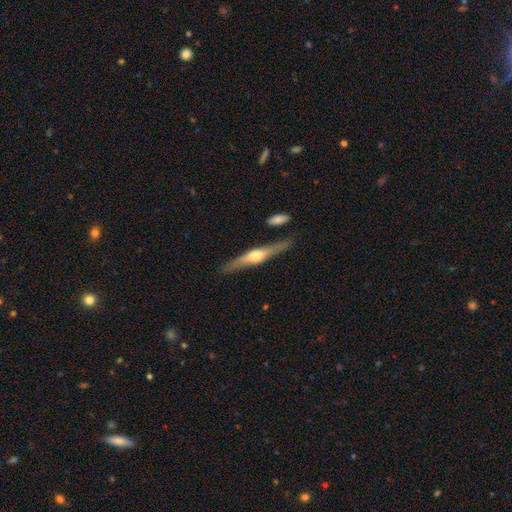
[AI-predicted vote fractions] Smooth or featured?
  - featured or disk: 70% *
  - smooth: 25%
  - star or artifact: 5%
Edge-on disk?
  - yes: 96% *
  - no: 4%
Edge-on bulge?
  - rounded: 88% *
  - boxy: 8%
  - none: 5%
Merging?
  - none: 82% *
  - minor disturbance: 11%
  - merger: 4%
  - major disturbance: 3%